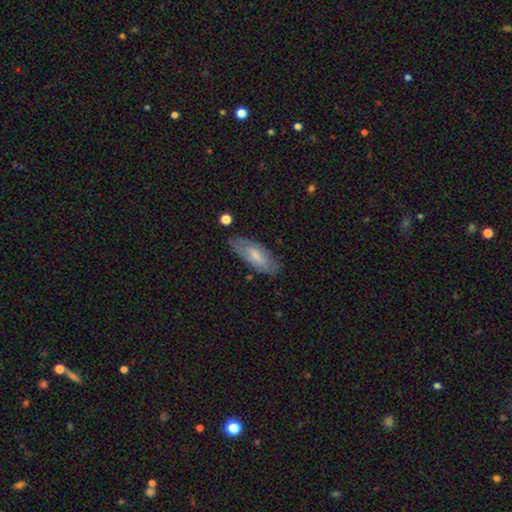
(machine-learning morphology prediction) smooth 64%, featured or disk 30%, star or artifact 6%. Down the decision tree: how rounded — in between (77%); merging — none (75%).